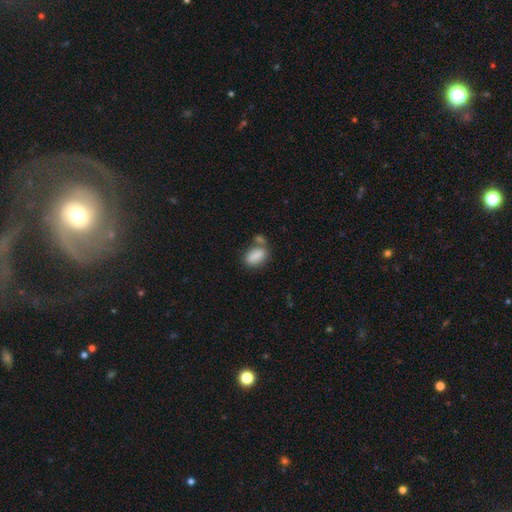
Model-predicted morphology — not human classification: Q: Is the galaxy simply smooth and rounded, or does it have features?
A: smooth — 85%.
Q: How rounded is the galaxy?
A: in between — 87%.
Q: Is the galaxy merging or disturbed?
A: none — 50%.